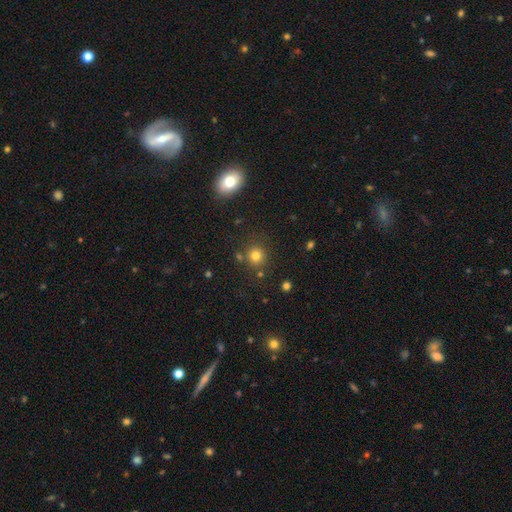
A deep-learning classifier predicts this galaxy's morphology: type=smooth (77%); roundness=round (90%); merging=none (80%).